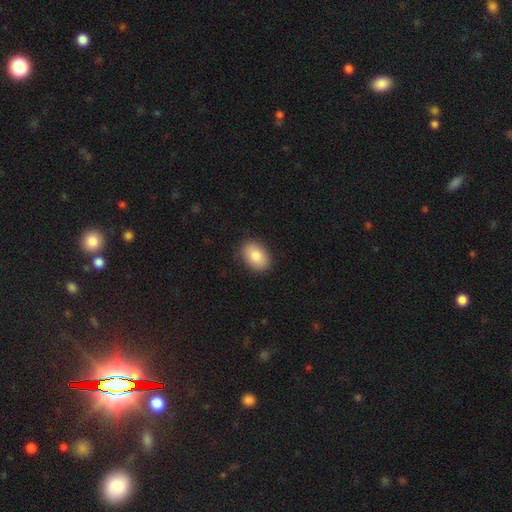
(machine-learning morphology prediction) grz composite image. It shows a smooth galaxy with no disk features (84%) that is in between round and cigar-shaped (84%). Merging: none (88%).